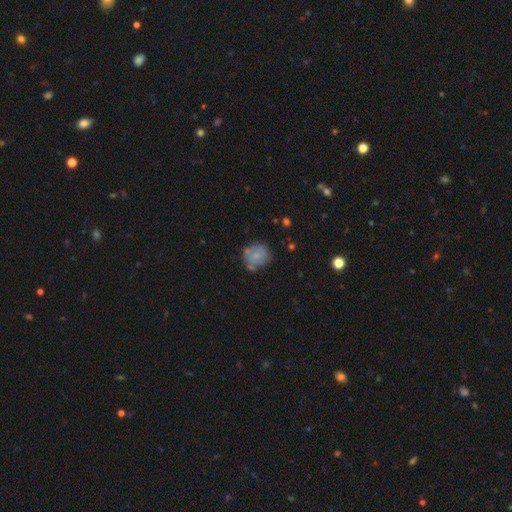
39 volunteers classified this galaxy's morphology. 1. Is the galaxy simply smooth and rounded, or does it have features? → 67% smooth, 26% featured or disk, 8% star or artifact.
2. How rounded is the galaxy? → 73% round, 27% in between, 0% cigar-shaped.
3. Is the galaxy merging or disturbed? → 64% none, 14% minor disturbance, 11% major disturbance, 11% merger.